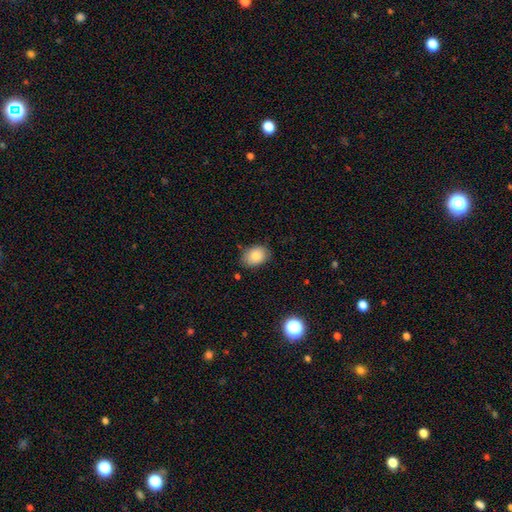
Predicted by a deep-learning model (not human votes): This is clearly a smooth galaxy (85%). How rounded: likely in between (75%). Merging: clearly none (80%).